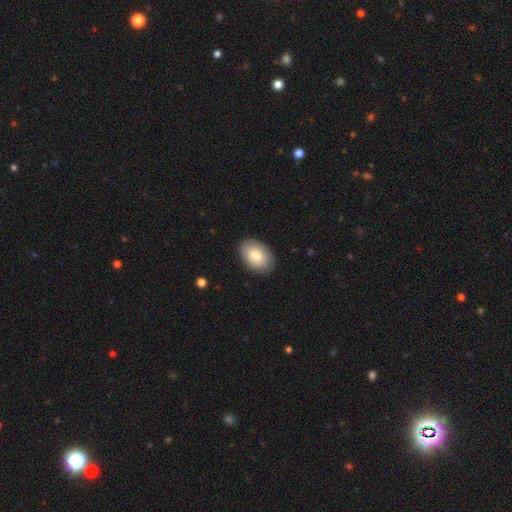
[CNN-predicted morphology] smooth 76%, featured or disk 18%, star or artifact 6%. Down the decision tree: how rounded — in between (85%); merging — none (85%).